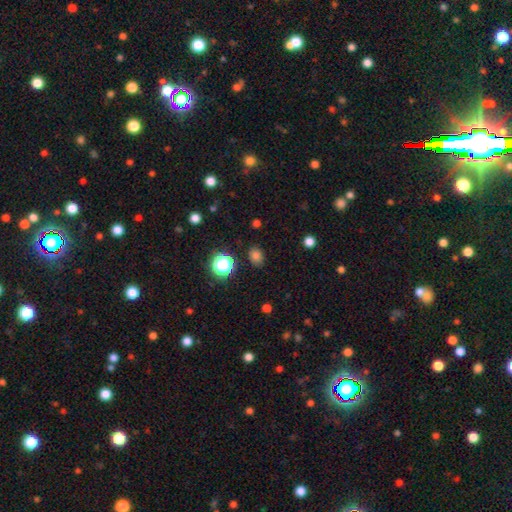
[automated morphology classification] smooth 78%, star or artifact 18%, featured or disk 4%. Down the decision tree: how rounded — round (53%); merging — none (84%).